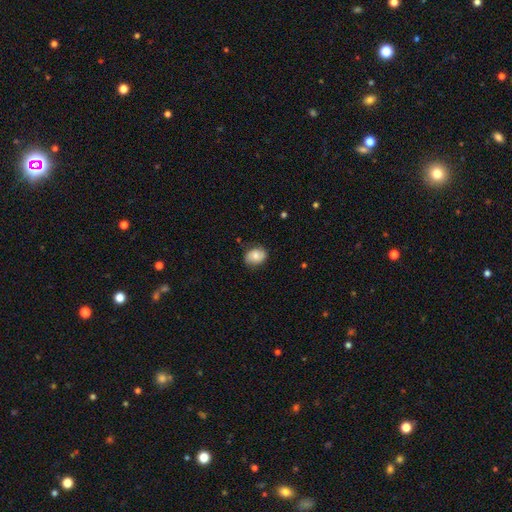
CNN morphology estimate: Q: Smooth or featured?
A: smooth (57%); runner-up: featured or disk (35%)
Q: How rounded?
A: in between (56%); runner-up: round (42%)
Q: Merging?
A: none (77%); runner-up: minor disturbance (17%)